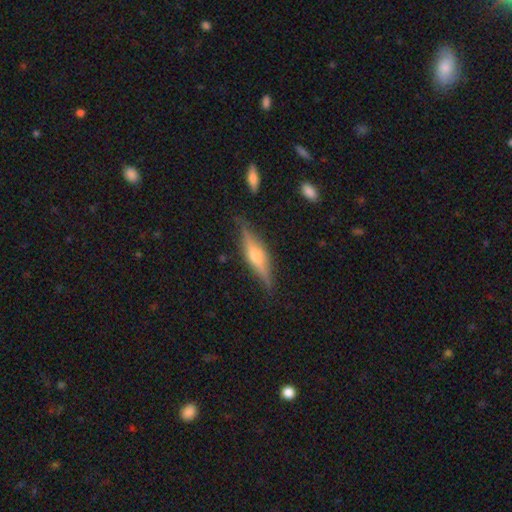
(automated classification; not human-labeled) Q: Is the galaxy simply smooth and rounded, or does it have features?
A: featured or disk — 65%.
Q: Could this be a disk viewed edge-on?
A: yes — 95%.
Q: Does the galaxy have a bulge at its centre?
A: rounded — 81%.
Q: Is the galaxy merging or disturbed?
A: none — 82%.